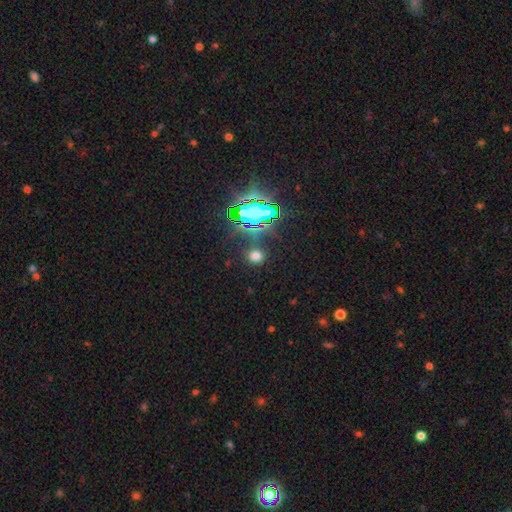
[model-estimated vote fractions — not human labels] This is likely a smooth galaxy (60%). How rounded: clearly round (86%). Merging: clearly none (86%).